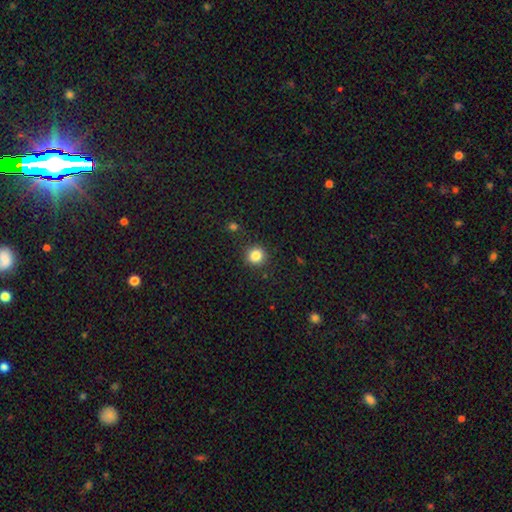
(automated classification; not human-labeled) Smooth or featured? smooth (84%)
How rounded? round (93%)
Merging? none (90%)